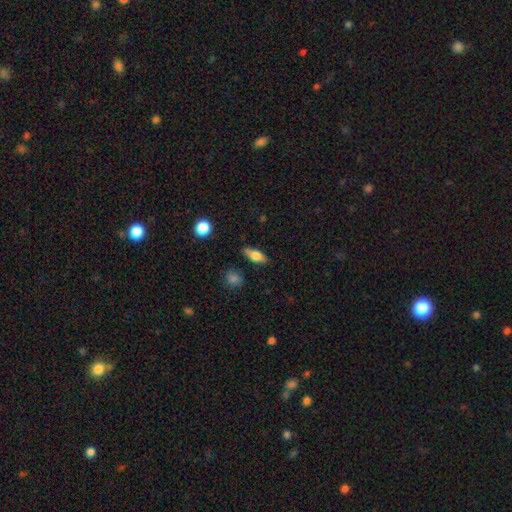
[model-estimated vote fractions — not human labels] A smooth galaxy with no disk features (76%) that is in between round and cigar-shaped (80%).

Vote fractions:
- Smooth or featured? smooth: 76% / featured or disk: 16% / star or artifact: 8%
- How rounded? in between: 80% / cigar-shaped: 15% / round: 5%
- Merging? none: 78% / minor disturbance: 16% / major disturbance: 3% / merger: 2%